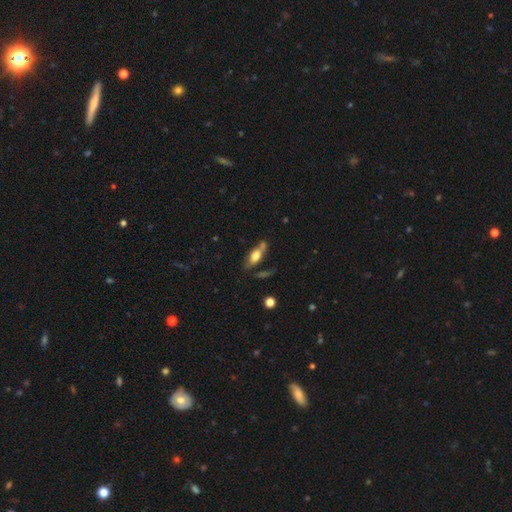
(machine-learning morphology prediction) The model was most divided on "merging": none: 51%, minor disturbance: 21%, merger: 19%, major disturbance: 9%. More confident: how rounded — in between (74%); smooth or featured — smooth (63%).